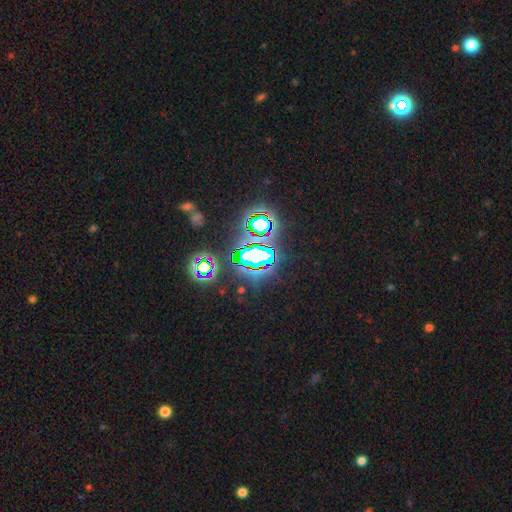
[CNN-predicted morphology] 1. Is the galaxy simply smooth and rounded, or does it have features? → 76% star or artifact, 13% smooth, 12% featured or disk.